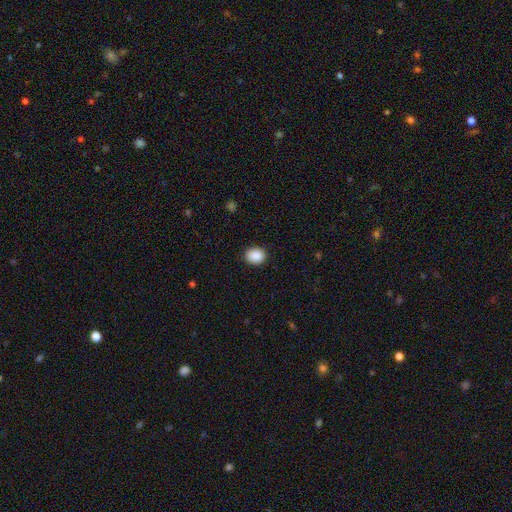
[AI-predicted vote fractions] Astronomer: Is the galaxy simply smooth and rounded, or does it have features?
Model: smooth — 88%.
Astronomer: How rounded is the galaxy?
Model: round — 59% (runner-up: in between, 40%).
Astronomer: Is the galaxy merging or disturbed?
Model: none — 89%.